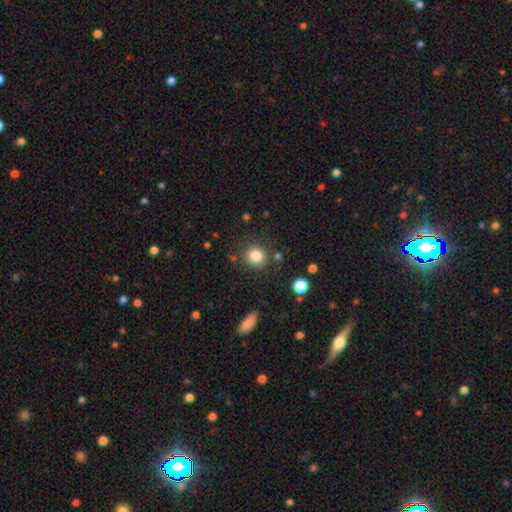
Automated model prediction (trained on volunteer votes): Smooth or featured? smooth (85%)
How rounded? round (87%)
Merging? none (81%)